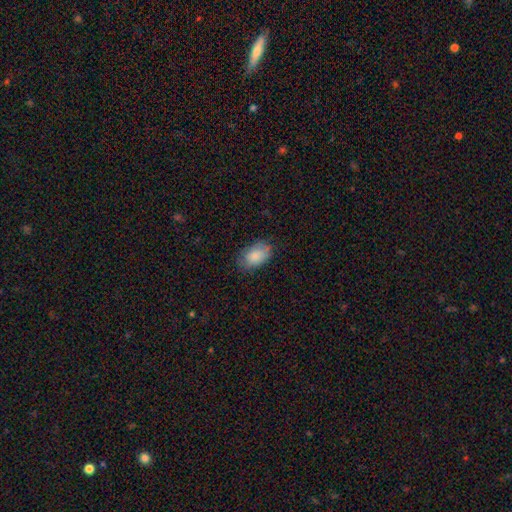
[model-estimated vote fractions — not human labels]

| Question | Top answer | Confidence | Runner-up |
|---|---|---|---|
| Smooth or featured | smooth | 82% | featured or disk (11%) |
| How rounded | in between | 89% | round (9%) |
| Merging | none | 70% | minor disturbance (23%) |